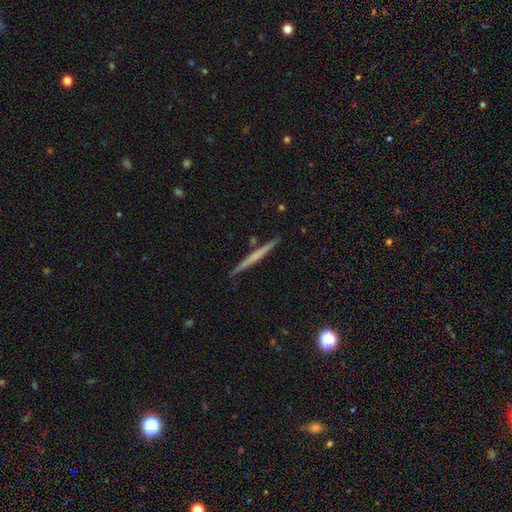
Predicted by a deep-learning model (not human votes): smooth-or-featured: featured or disk: 51% | smooth: 43% | star or artifact: 6%
  disk-edge-on: yes: 98% | no: 2%
    edge-on-bulge: none: 84% | rounded: 10% | boxy: 5%
  merging: none: 89% | minor disturbance: 7% | merger: 2% | major disturbance: 1%